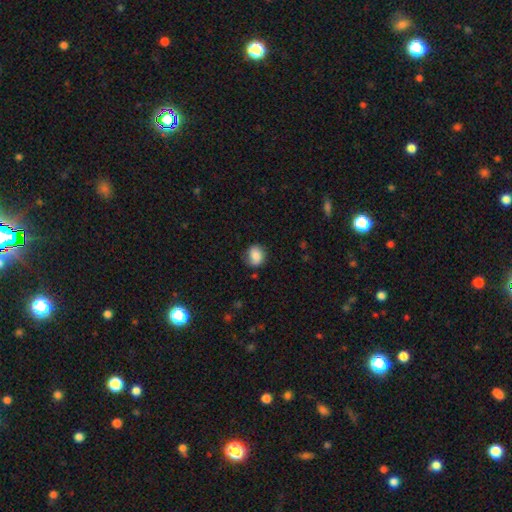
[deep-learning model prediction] Smooth or featured: smooth — 85% (star or artifact — 8%)
How rounded: round — 54% (in between — 45%)
Merging: none — 70% (minor disturbance — 22%)